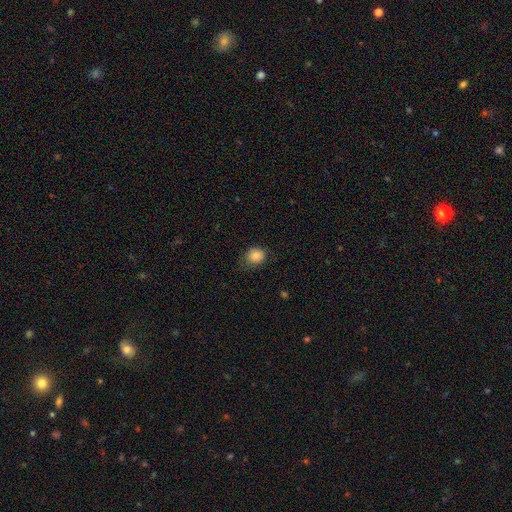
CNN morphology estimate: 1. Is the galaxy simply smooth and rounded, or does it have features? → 82% smooth, 9% star or artifact, 9% featured or disk.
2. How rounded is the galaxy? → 67% round, 32% in between, 1% cigar-shaped.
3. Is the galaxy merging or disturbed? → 66% none, 25% minor disturbance, 8% major disturbance, 1% merger.